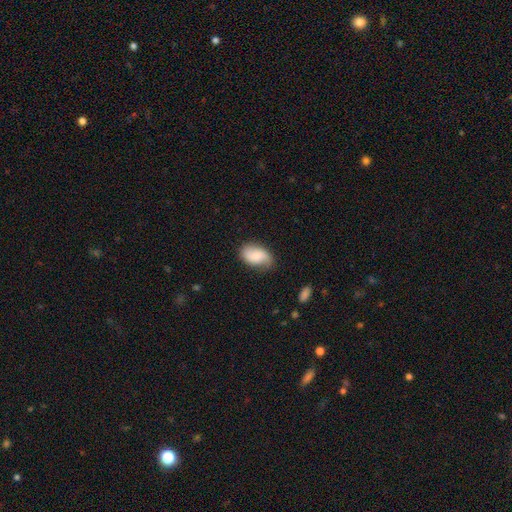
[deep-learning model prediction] Smooth or featured? smooth (65%)
How rounded? in between (91%)
Merging? none (71%)